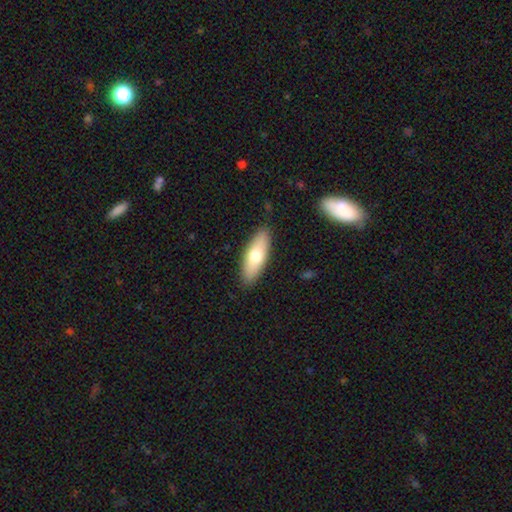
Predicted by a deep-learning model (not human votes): Morphology: type=smooth (69%); roundness=in between (65%); merging=none (87%).